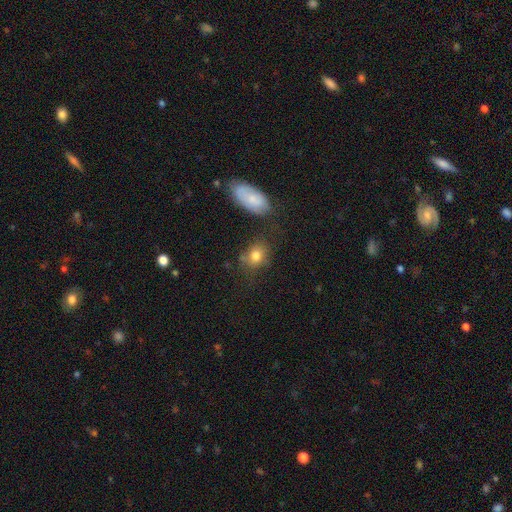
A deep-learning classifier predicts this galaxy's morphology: This appears to be a smooth galaxy with no disk features (78%) that is round (50%). Merging: none (65%).